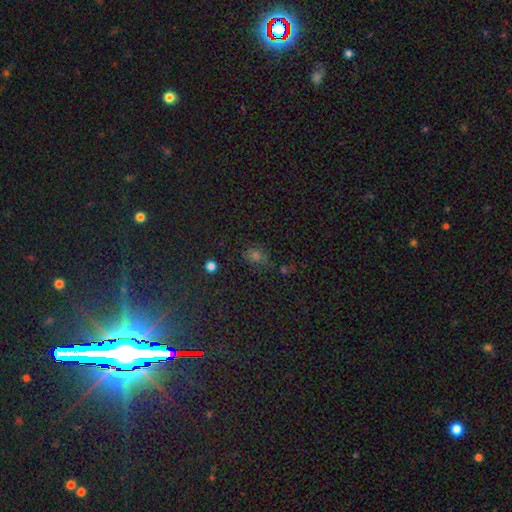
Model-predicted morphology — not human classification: Smooth or featured? Predicted: smooth (p=0.46). Merging? Predicted: none (p=0.60).